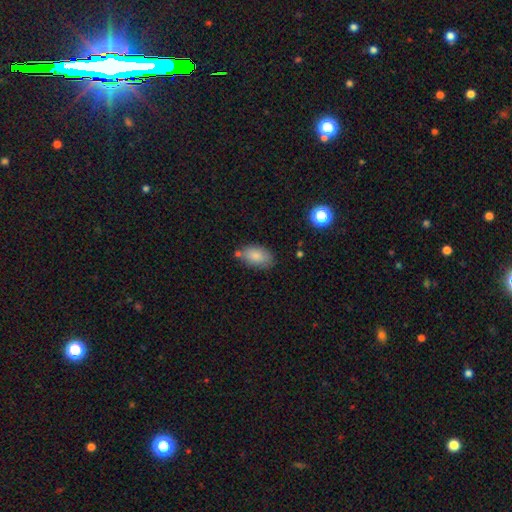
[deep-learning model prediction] A smooth galaxy with no disk features (84%) that is in between round and cigar-shaped (92%). Merging: none (69%).